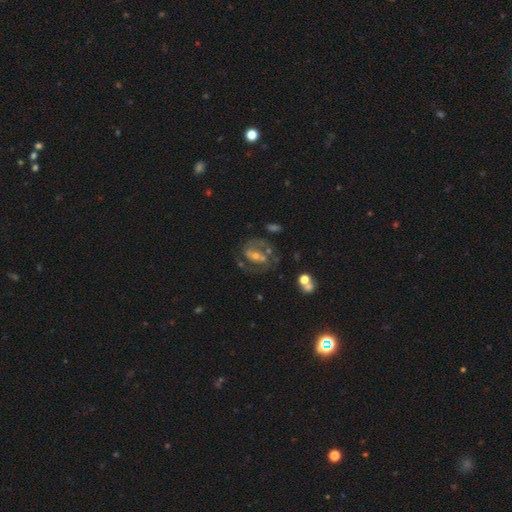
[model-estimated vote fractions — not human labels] smooth_or_featured: featured or disk (p=0.74) [alt: smooth p=0.17]
disk_edge_on: no (p=0.96) [alt: yes p=0.04]
bar: no (p=0.44) [alt: weak p=0.35]
has_spiral_arms: yes (p=0.71) [alt: no p=0.29]
spiral_winding: medium (p=0.45) [alt: tight p=0.34]
spiral_arm_count: 2 (p=0.62) [alt: can't tell p=0.19]
bulge_size: small (p=0.48) [alt: moderate p=0.44]
merging: none (p=0.51) [alt: major disturbance p=0.20]